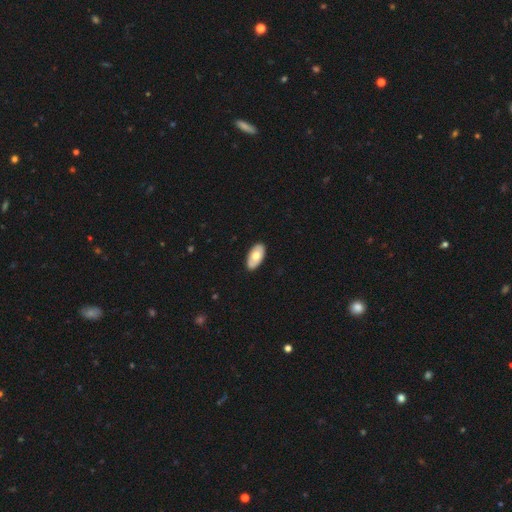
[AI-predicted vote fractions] Smooth or featured: smooth — 64% (featured or disk — 31%)
How rounded: in between — 95% (round — 3%)
Merging: none — 88% (minor disturbance — 9%)